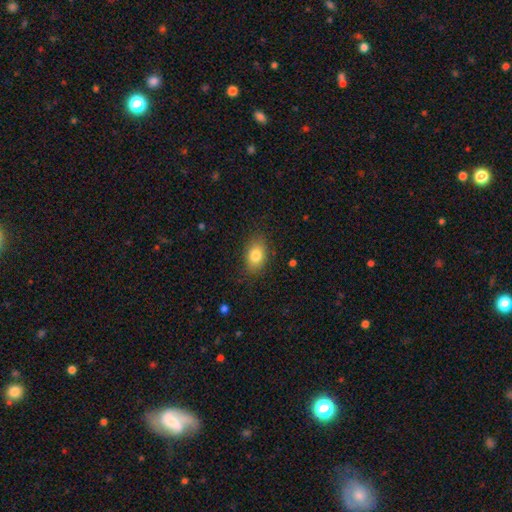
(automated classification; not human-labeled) Smooth or featured? smooth (82%)
How rounded? in between (83%)
Merging? none (83%)